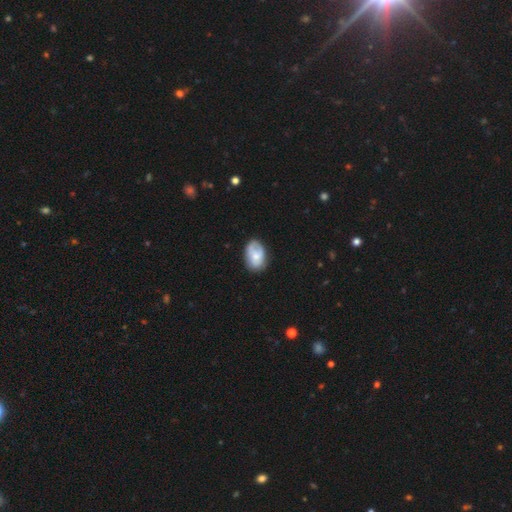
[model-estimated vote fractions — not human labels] Q: Smooth or featured?
A: smooth (57%); runner-up: featured or disk (36%)
Q: How rounded?
A: in between (84%); runner-up: round (15%)
Q: Merging?
A: none (63%); runner-up: minor disturbance (27%)